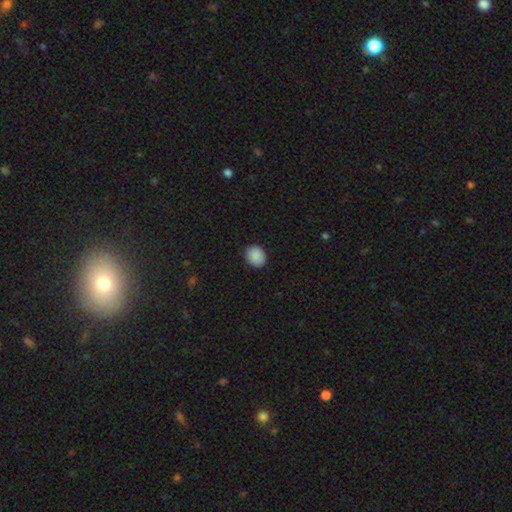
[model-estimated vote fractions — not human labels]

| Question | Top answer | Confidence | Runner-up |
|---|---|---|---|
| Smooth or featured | smooth | 89% | star or artifact (8%) |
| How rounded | round | 65% | in between (34%) |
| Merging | none | 89% | minor disturbance (8%) |